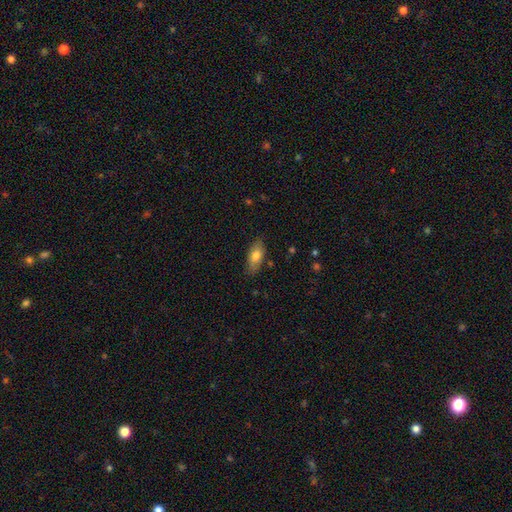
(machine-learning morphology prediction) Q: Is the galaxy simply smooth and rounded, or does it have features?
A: smooth — 76%.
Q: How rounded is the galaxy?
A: in between — 85%.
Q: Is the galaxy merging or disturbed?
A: none — 81%.